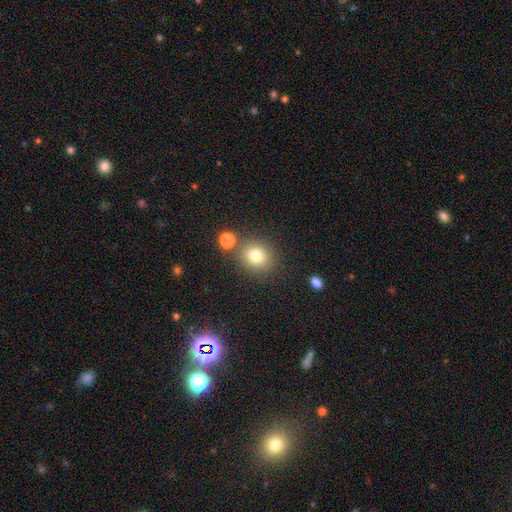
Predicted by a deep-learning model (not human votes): Smooth or featured?
  - smooth: 79% *
  - star or artifact: 12%
  - featured or disk: 9%
How rounded?
  - round: 75% *
  - in between: 24%
  - cigar-shaped: 1%
Merging?
  - none: 75% *
  - merger: 11%
  - minor disturbance: 10%
  - major disturbance: 4%